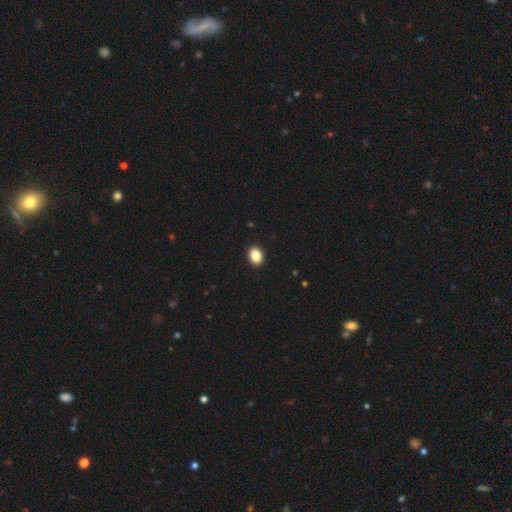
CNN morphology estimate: This appears to be a smooth galaxy with no disk features (87%) that is in between round and cigar-shaped (74%). Merging: none (92%).